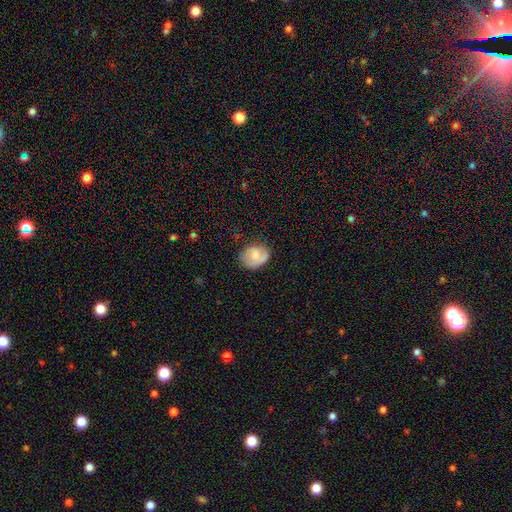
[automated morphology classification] Smooth or featured?
  - smooth: 53% *
  - featured or disk: 40%
  - star or artifact: 7%
How rounded?
  - in between: 50% *
  - round: 49%
  - cigar-shaped: 1%
Merging?
  - none: 65% *
  - minor disturbance: 24%
  - major disturbance: 9%
  - merger: 2%